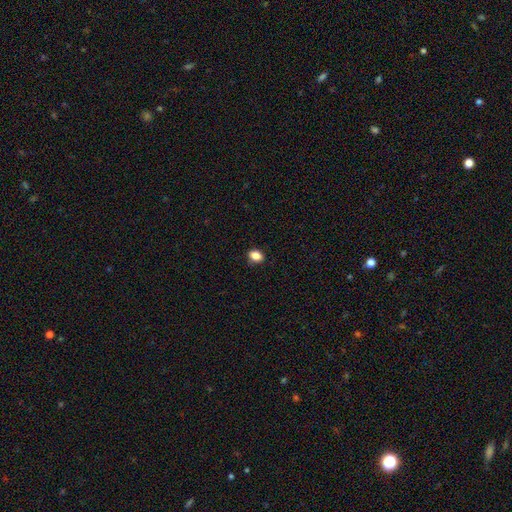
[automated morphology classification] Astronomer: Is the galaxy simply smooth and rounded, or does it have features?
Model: smooth — 86%.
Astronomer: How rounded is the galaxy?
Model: in between — 67%.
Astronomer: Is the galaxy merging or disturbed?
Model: none — 87%.